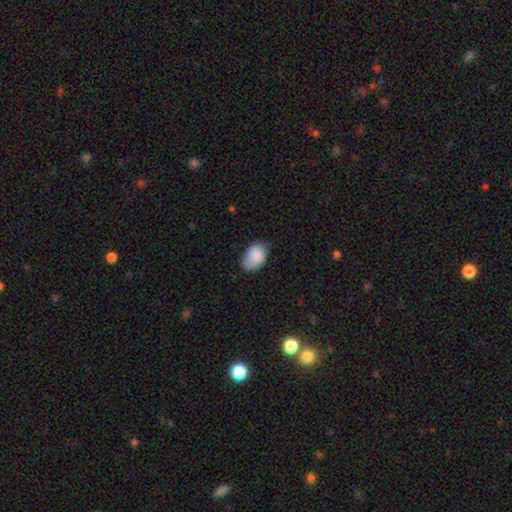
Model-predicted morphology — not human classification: Q: Smooth or featured?
A: smooth (82%); runner-up: featured or disk (11%)
Q: How rounded?
A: in between (83%); runner-up: round (16%)
Q: Merging?
A: none (52%); runner-up: minor disturbance (37%)